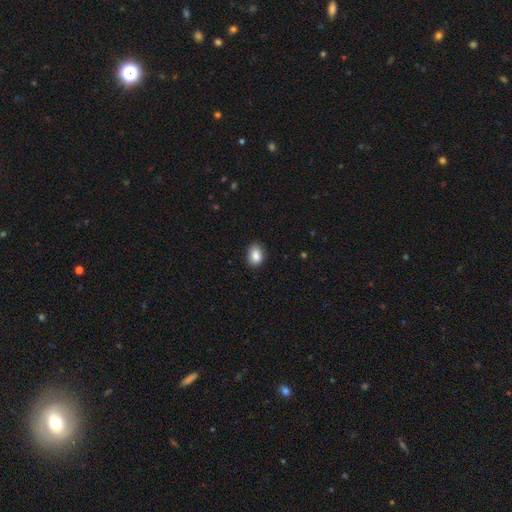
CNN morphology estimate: This is clearly a smooth galaxy (87%). How rounded: likely in between (76%). Merging: clearly none (85%).